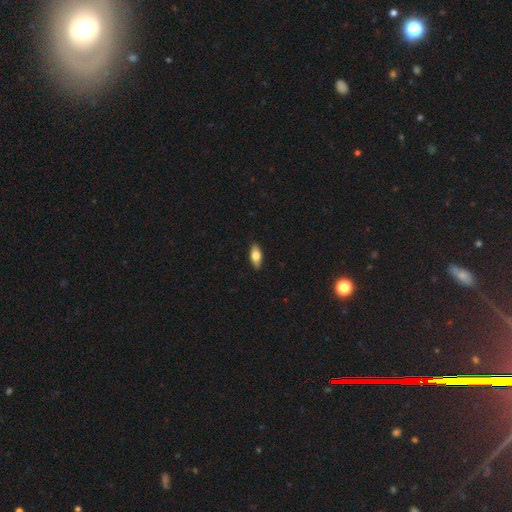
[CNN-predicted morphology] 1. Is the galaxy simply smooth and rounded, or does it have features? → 70% smooth, 24% featured or disk, 6% star or artifact.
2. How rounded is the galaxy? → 82% in between, 15% cigar-shaped, 3% round.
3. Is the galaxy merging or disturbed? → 89% none, 8% minor disturbance, 2% major disturbance, 1% merger.